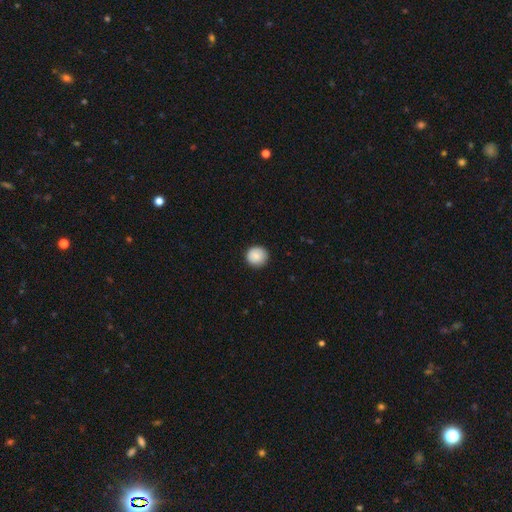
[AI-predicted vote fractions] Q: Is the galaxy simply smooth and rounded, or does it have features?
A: smooth — 87%.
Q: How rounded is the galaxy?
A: round — 95%.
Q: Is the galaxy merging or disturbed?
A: none — 90%.